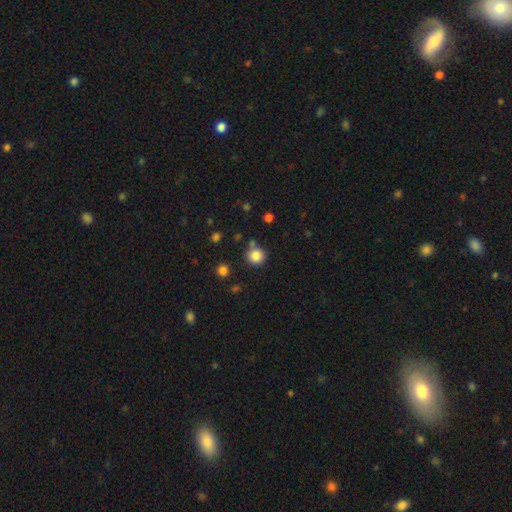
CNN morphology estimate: A smooth galaxy with no disk features (84%) that is round (91%).

Vote fractions:
- Smooth or featured? smooth: 84% / star or artifact: 11% / featured or disk: 5%
- How rounded? round: 91% / in between: 8% / cigar-shaped: 1%
- Merging? none: 76% / minor disturbance: 11% / merger: 10% / major disturbance: 3%